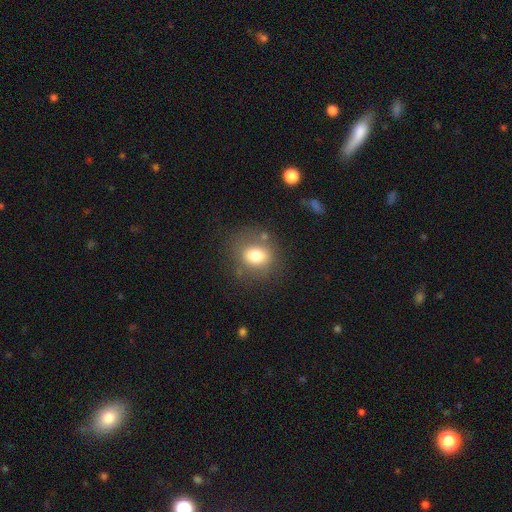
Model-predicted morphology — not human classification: Smooth or featured?
  - smooth: 74% *
  - featured or disk: 15%
  - star or artifact: 11%
How rounded?
  - round: 66% *
  - in between: 33%
  - cigar-shaped: 1%
Merging?
  - none: 74% *
  - minor disturbance: 15%
  - major disturbance: 7%
  - merger: 4%